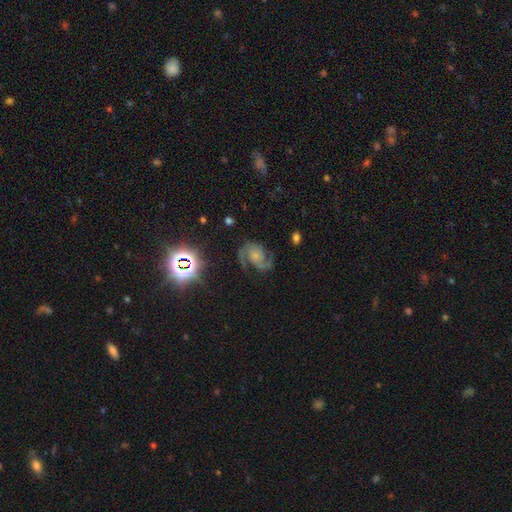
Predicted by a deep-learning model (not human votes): Smooth or featured? Predicted: featured or disk (p=0.85). Edge-on disk? Predicted: no (p=0.98). Bar? Predicted: no (p=0.68). Spiral arms? Predicted: yes (p=0.98). Spiral winding? Predicted: medium (p=0.58). Spiral arm count? Predicted: 2 (p=0.89). Bulge size? Predicted: small (p=0.45). Merging? Predicted: none (p=0.72).